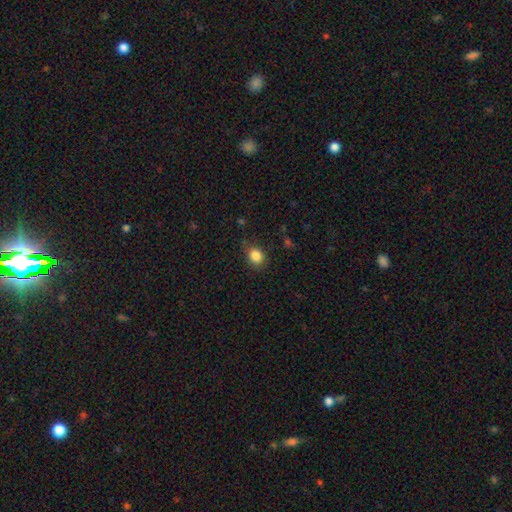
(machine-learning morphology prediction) This is clearly a smooth galaxy (85%). How rounded: likely round (60%). Merging: clearly none (82%).